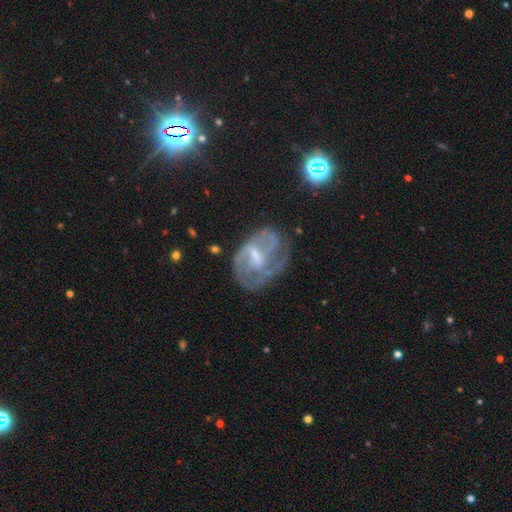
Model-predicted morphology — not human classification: The model was most divided on "spiral arm count": can't tell: 36%, 2: 33%, 3: 13%, 1: 12%, 4: 4%, more than 4: 3%. Remaining: edge-on disk — no (97%); spiral arms — yes (79%); smooth or featured — featured or disk (75%); bar — weak (54%); merging — none (47%); bulge size — small (46%); spiral winding — medium (42%).